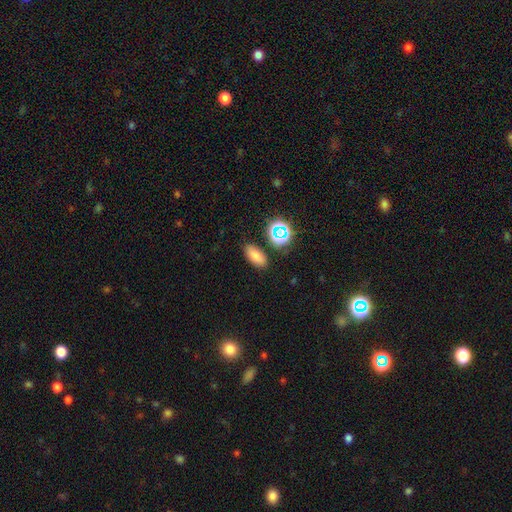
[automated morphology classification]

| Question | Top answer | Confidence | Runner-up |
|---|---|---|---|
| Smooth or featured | smooth | 75% | star or artifact (17%) |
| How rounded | in between | 86% | round (8%) |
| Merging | none | 85% | minor disturbance (9%) |